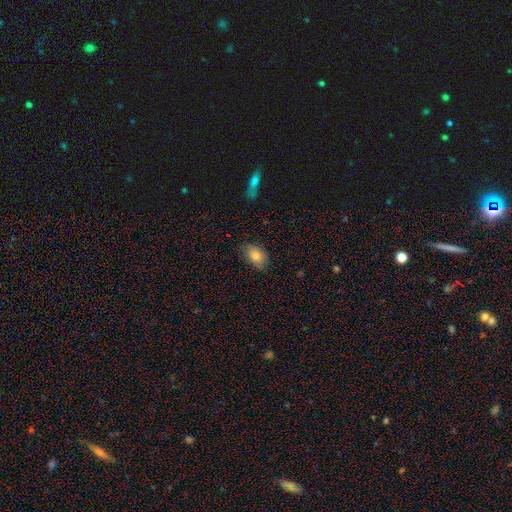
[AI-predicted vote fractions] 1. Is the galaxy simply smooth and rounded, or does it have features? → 81% smooth, 11% featured or disk, 8% star or artifact.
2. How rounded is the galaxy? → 82% in between, 17% round, 2% cigar-shaped.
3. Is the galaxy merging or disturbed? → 74% none, 20% minor disturbance, 4% major disturbance, 1% merger.